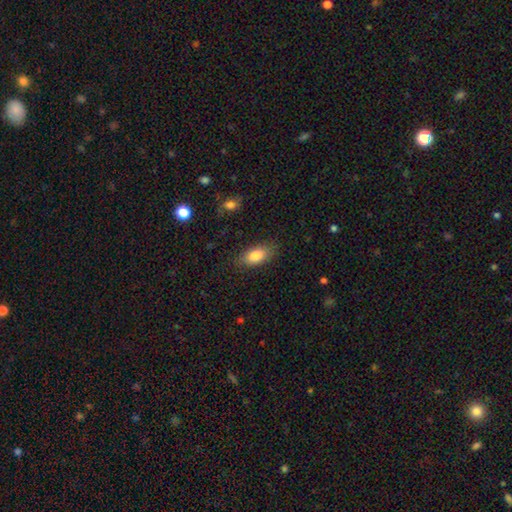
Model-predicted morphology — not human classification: Overall: smooth (82%). How rounded: in between (87%). Merging: none (82%).